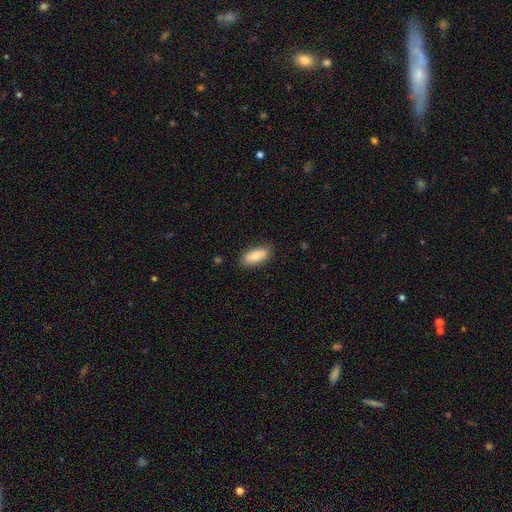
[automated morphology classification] Smooth or featured? Predicted: smooth (p=0.81). How rounded? Predicted: in between (p=0.78). Merging? Predicted: none (p=0.85).